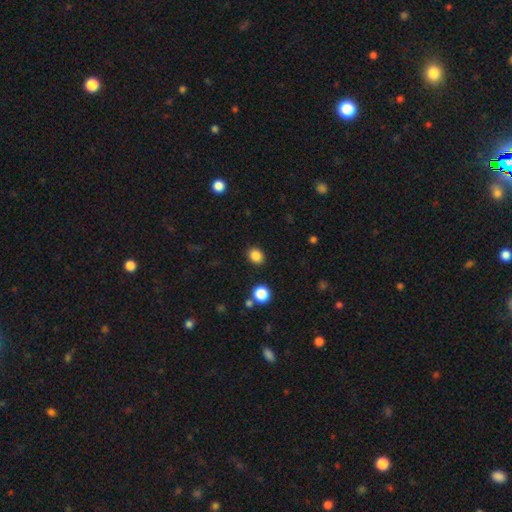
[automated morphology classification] Smooth or featured? smooth (85%)
How rounded? round (63%)
Merging? none (88%)